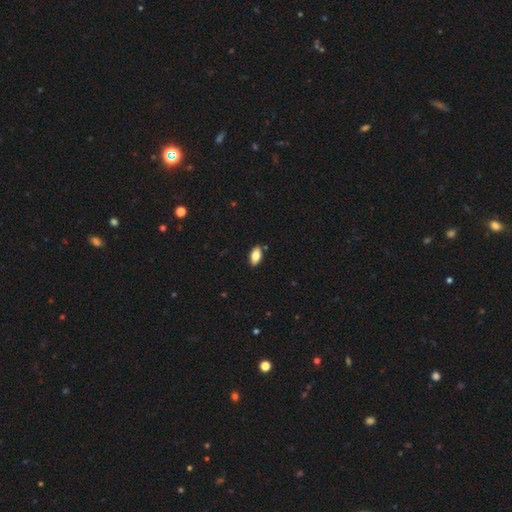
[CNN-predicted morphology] Smooth or featured? smooth (79%)
How rounded? in between (91%)
Merging? none (87%)